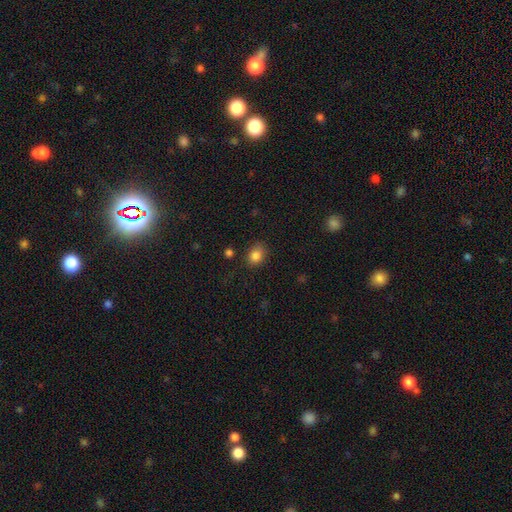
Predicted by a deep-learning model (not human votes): smooth-or-featured: smooth: 84% | star or artifact: 11% | featured or disk: 5%
  how-rounded: round: 51% | in between: 48% | cigar-shaped: 1%
  merging: none: 78% | minor disturbance: 16% | major disturbance: 4% | merger: 2%